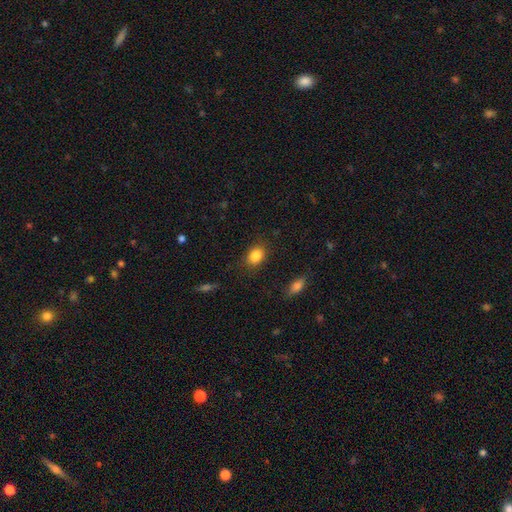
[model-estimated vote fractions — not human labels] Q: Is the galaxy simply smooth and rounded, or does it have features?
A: smooth — 85%.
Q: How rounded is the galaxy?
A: in between — 67%.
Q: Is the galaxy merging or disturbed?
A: none — 84%.